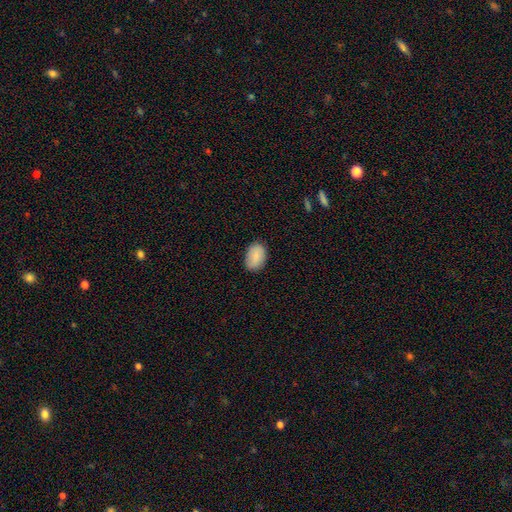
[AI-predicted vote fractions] Smooth or featured? smooth (86%)
How rounded? in between (87%)
Merging? none (84%)